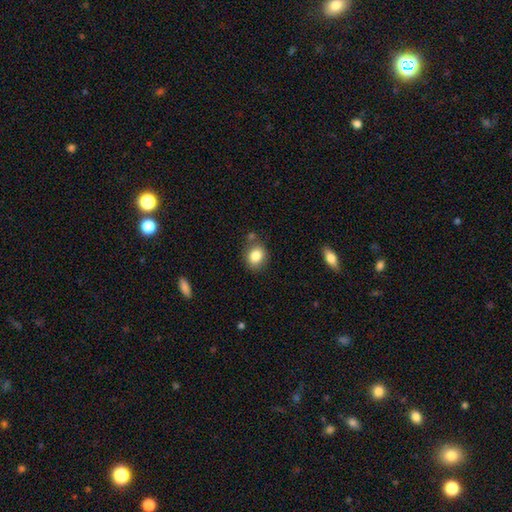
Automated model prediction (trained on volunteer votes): smooth 83%, star or artifact 9%, featured or disk 8%. Down the decision tree: how rounded — round (51%); merging — none (72%).